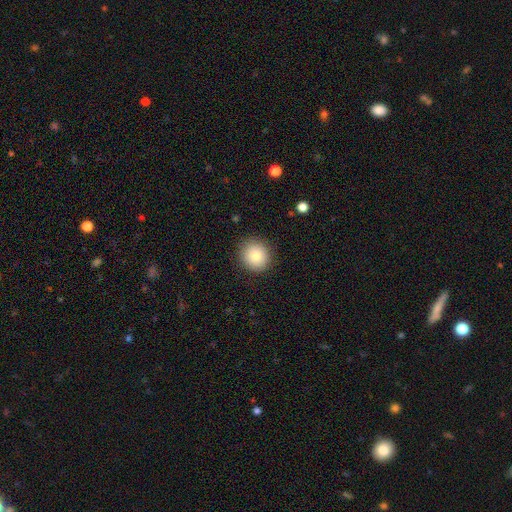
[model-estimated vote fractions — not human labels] smooth-or-featured: smooth: 81% | star or artifact: 10% | featured or disk: 10%
  how-rounded: round: 88% | in between: 11% | cigar-shaped: 1%
  merging: none: 89% | minor disturbance: 8% | major disturbance: 2% | merger: 1%